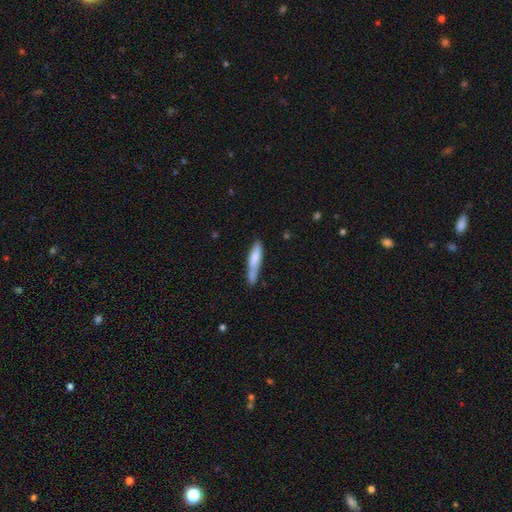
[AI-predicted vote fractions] The model was most divided on "smooth or featured": smooth: 62%, featured or disk: 30%, star or artifact: 8%. More confident: how rounded — cigar-shaped (87%); merging — none (69%).